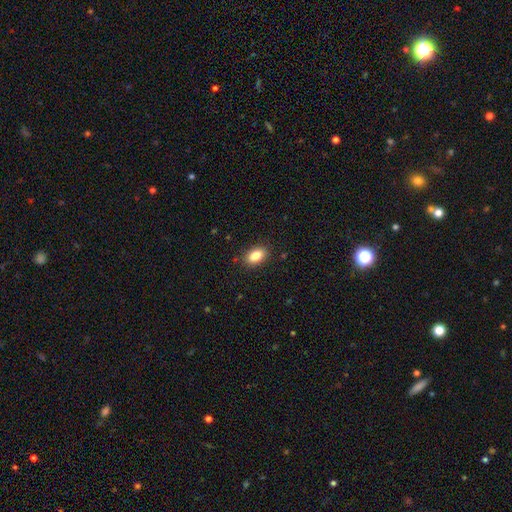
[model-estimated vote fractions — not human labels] This is clearly a smooth galaxy (84%). How rounded: clearly in between (87%). Merging: clearly none (87%).